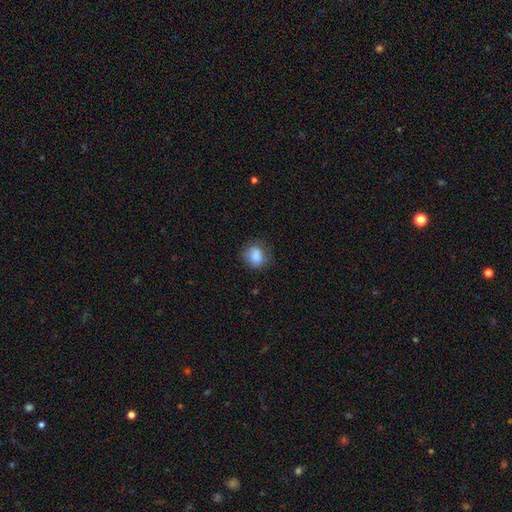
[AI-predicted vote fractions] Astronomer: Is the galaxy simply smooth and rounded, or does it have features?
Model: smooth — 85%.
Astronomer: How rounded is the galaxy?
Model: round — 67%.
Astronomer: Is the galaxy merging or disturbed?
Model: none — 73%.